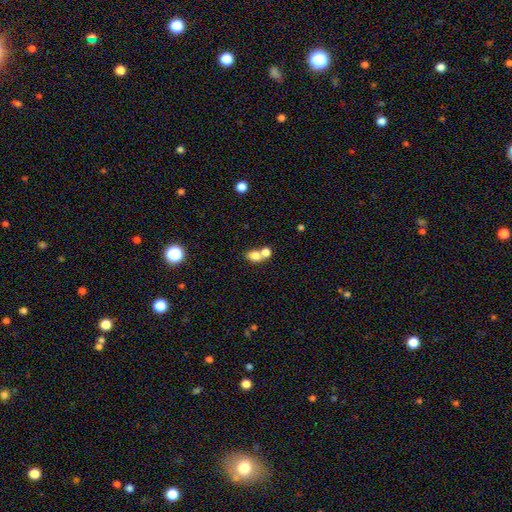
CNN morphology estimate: smooth-or-featured: smooth: 78% | featured or disk: 12% | star or artifact: 10%
  how-rounded: in between: 58% | round: 40% | cigar-shaped: 2%
  merging: merger: 60% | none: 30% | minor disturbance: 7% | major disturbance: 3%